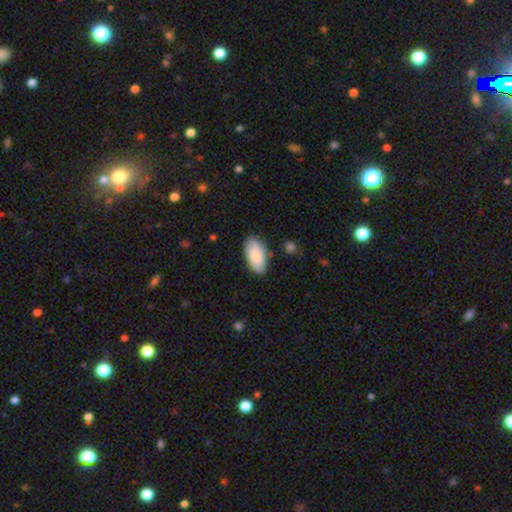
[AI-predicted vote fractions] This appears to be a smooth galaxy with no disk features (84%) that is in between round and cigar-shaped (94%). Merging: none (81%).